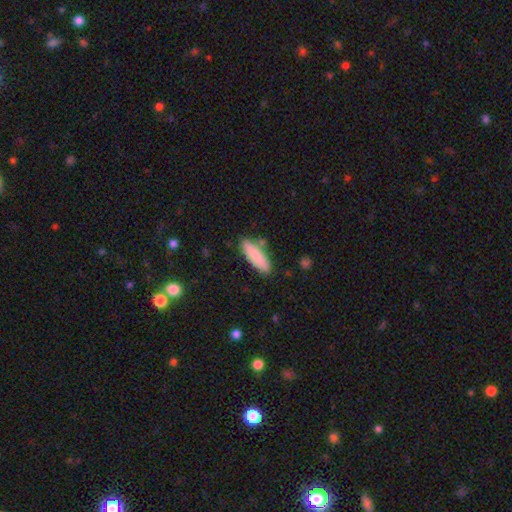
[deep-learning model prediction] Morphology: type=smooth (84%); roundness=cigar-shaped (53%); merging=none (79%).